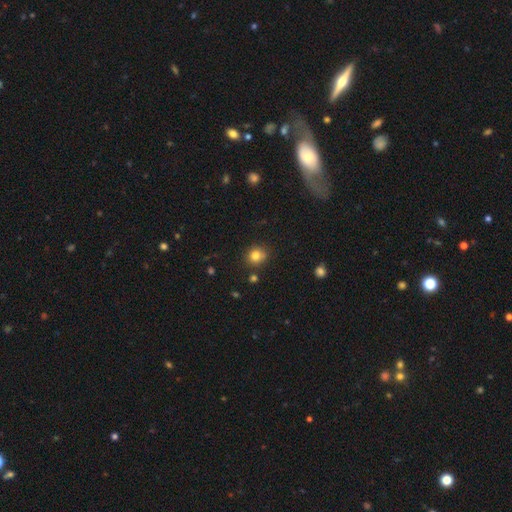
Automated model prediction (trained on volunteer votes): A smooth galaxy with no disk features (80%) that is round (86%). Merging: none (76%).